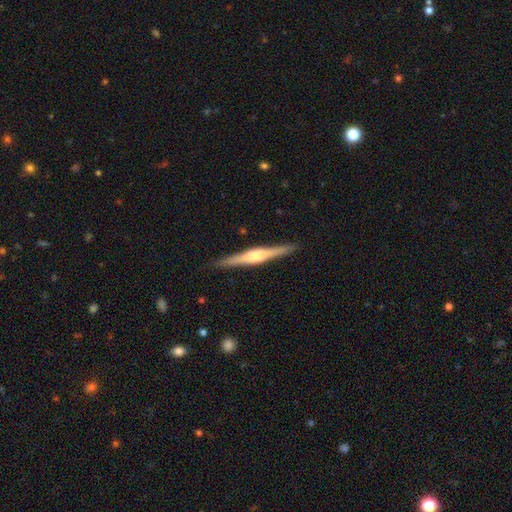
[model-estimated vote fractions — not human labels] This is likely a featured or disk galaxy (76%). It is clearly viewed edge-on (98%). Edge-on bulge: likely rounded (66%). Merging: clearly none (91%).